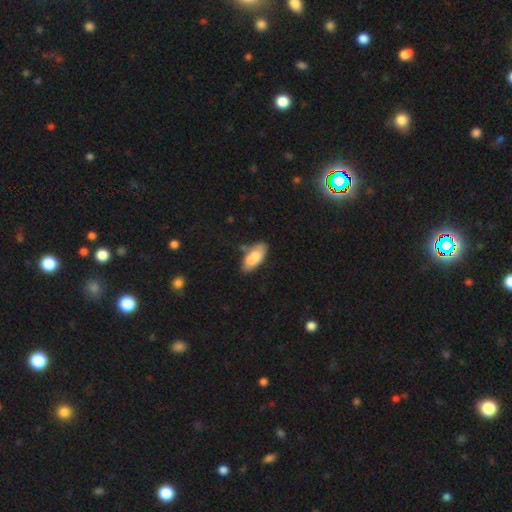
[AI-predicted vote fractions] A smooth galaxy with no disk features (75%) that is in between round and cigar-shaped (85%). Merging: none (54%).